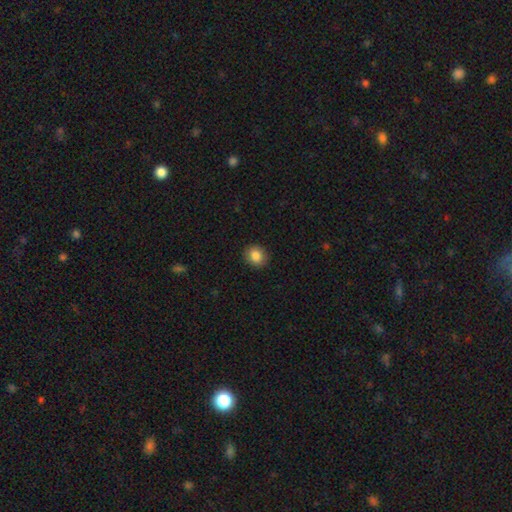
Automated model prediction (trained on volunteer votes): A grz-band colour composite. It shows a smooth galaxy with no disk features (86%) that is round (78%). Merging: none (91%).